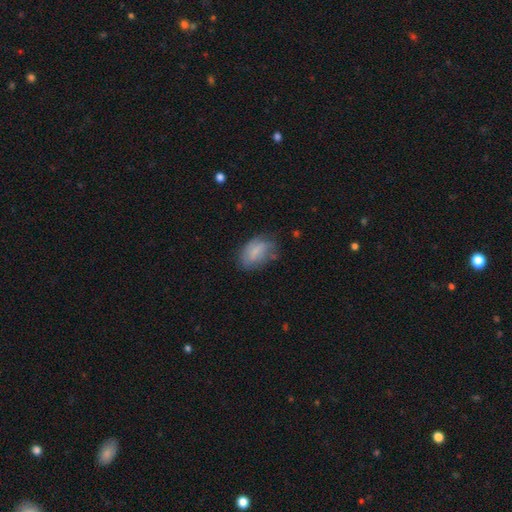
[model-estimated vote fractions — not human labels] smooth-or-featured: smooth: 69% | featured or disk: 19% | star or artifact: 12%
  how-rounded: in between: 88% | round: 10% | cigar-shaped: 2%
  merging: none: 65% | minor disturbance: 25% | major disturbance: 8% | merger: 2%